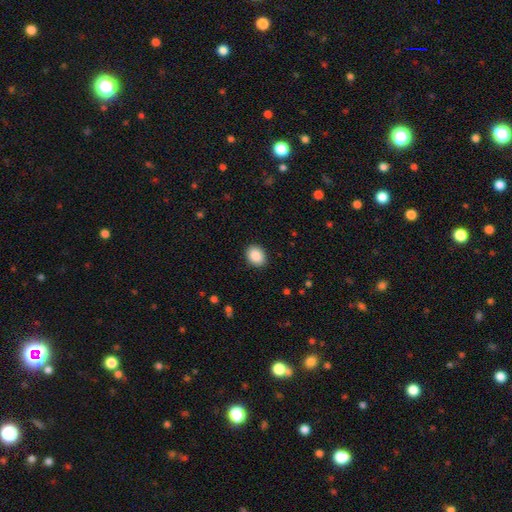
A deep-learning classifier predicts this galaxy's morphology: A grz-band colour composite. It shows a smooth galaxy with no disk features (89%) that is in between round and cigar-shaped (55%). Merging: none (90%).